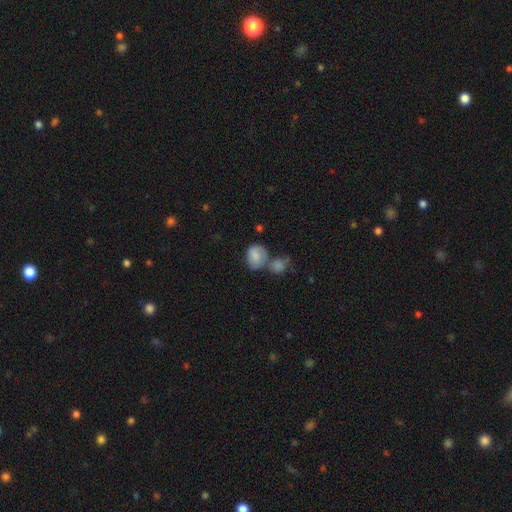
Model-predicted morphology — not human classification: A smooth galaxy with no disk features (81%) that is in between round and cigar-shaped (51%).

Vote fractions:
- Smooth or featured? smooth: 81% / featured or disk: 12% / star or artifact: 7%
- How rounded? in between: 51% / round: 48% / cigar-shaped: 1%
- Merging? merger: 43% / none: 35% / minor disturbance: 15% / major disturbance: 7%